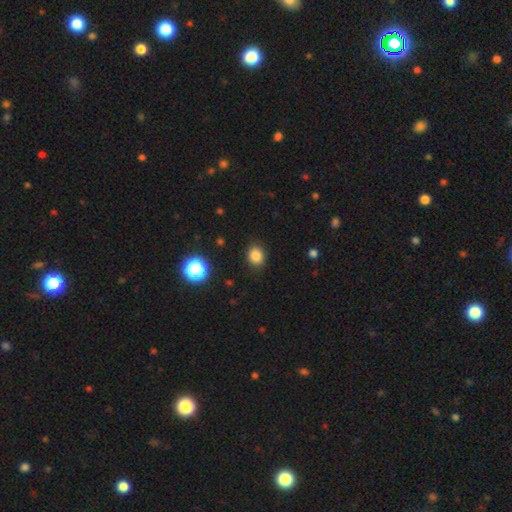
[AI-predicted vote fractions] A smooth galaxy with no disk features (83%) that is round (61%). Merging: none (88%).